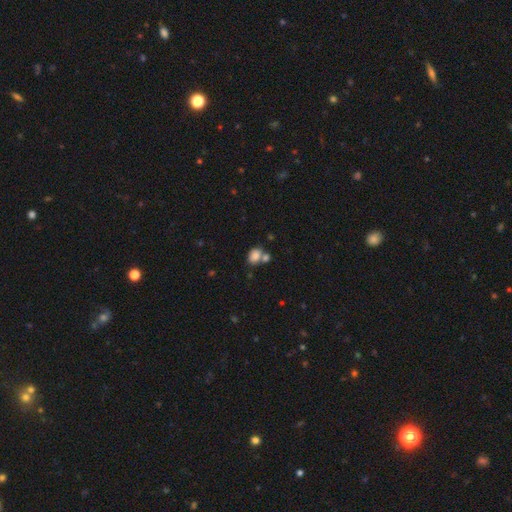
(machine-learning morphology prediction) Q: Smooth or featured?
A: smooth (82%); runner-up: star or artifact (9%)
Q: How rounded?
A: in between (69%); runner-up: round (30%)
Q: Merging?
A: none (42%); tied with: merger (42%)